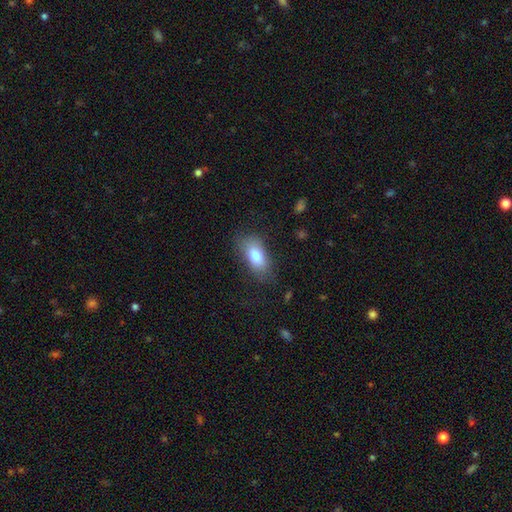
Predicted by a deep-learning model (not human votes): A smooth galaxy with no disk features (79%) that is in between round and cigar-shaped (89%).

Vote fractions:
- Smooth or featured? smooth: 79% / featured or disk: 13% / star or artifact: 8%
- How rounded? in between: 89% / cigar-shaped: 6% / round: 5%
- Merging? none: 72% / minor disturbance: 20% / major disturbance: 7% / merger: 1%